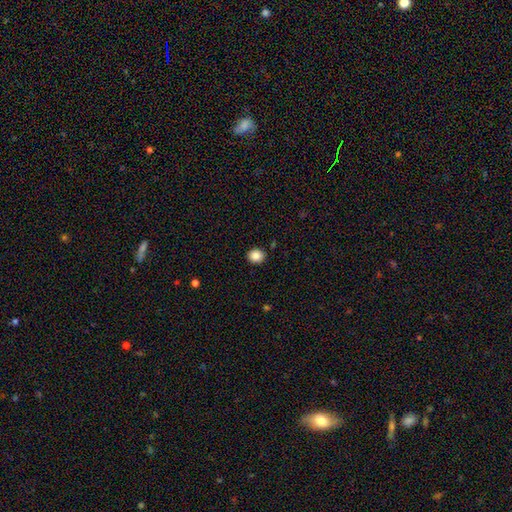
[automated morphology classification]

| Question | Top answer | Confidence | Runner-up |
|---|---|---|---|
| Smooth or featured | smooth | 87% | star or artifact (10%) |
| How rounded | round | 75% | in between (24%) |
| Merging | none | 90% | minor disturbance (7%) |